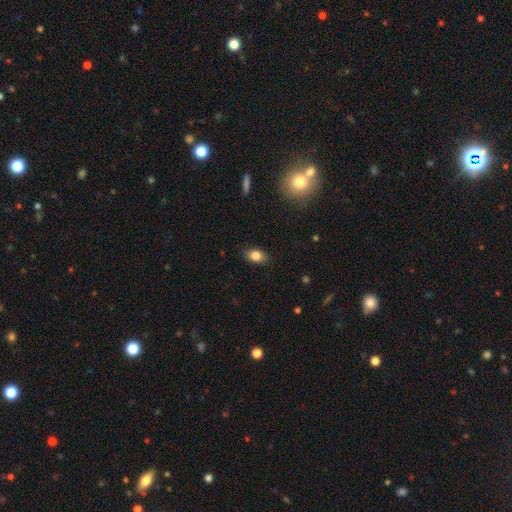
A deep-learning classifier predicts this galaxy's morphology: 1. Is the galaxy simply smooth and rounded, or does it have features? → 82% smooth, 9% featured or disk, 9% star or artifact.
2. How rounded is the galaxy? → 84% in between, 13% round, 3% cigar-shaped.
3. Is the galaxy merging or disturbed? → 84% none, 13% minor disturbance, 3% major disturbance, 1% merger.